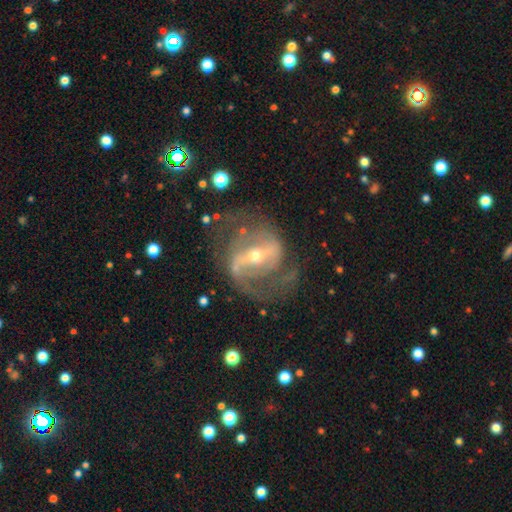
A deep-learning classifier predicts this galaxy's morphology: smooth-or-featured: featured or disk: 88% | star or artifact: 7% | smooth: 6%
  disk-edge-on: no: 96% | yes: 4%
    bar: strong: 58% | weak: 29% | no: 13%
    has-spiral-arms: yes: 92% | no: 8%
      spiral-winding: medium: 53% | loose: 28% | tight: 19%
      spiral-arm-count: 2: 83% | can't tell: 7% | 3: 4% | 1: 3% | 4: 2% | more than 4: 1%
    bulge-size: small: 60% | moderate: 37% | large: 2% | none: 1% | dominant: 1%
  merging: none: 63% | minor disturbance: 17% | major disturbance: 17% | merger: 2%